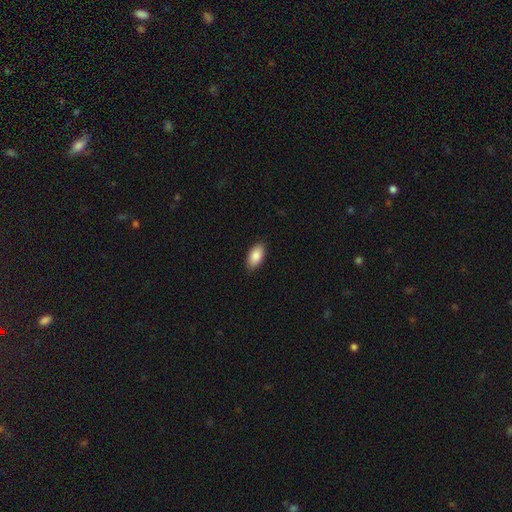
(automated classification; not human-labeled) A smooth galaxy with no disk features (87%) that is in between round and cigar-shaped (94%). Merging: none (89%).